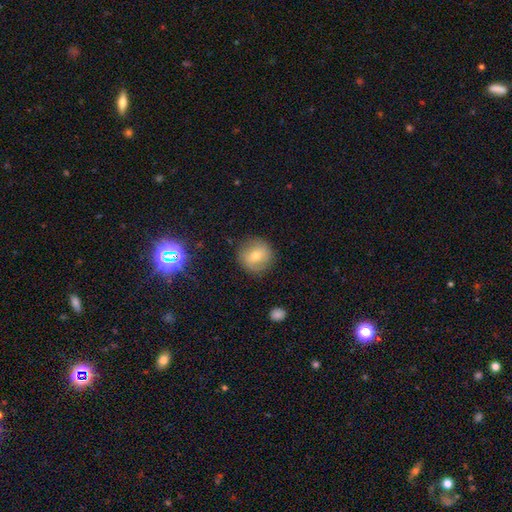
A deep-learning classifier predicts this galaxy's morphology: smooth-or-featured: smooth: 71% | featured or disk: 20% | star or artifact: 10%
  how-rounded: round: 92% | in between: 7% | cigar-shaped: 1%
  merging: none: 86% | minor disturbance: 10% | major disturbance: 3% | merger: 1%